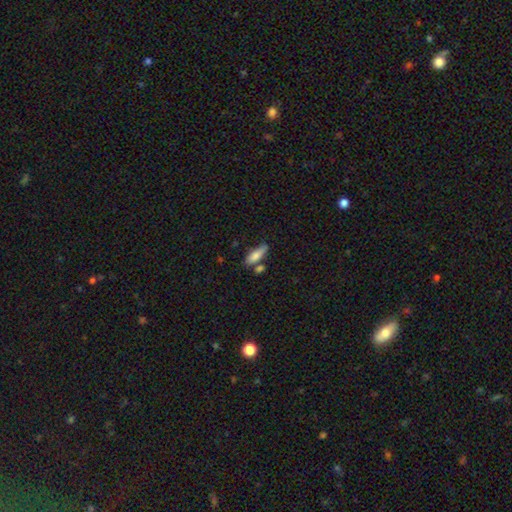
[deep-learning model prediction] Smooth or featured?
  - smooth: 77% *
  - featured or disk: 17%
  - star or artifact: 7%
How rounded?
  - in between: 50% *
  - cigar-shaped: 48%
  - round: 2%
Merging?
  - none: 61% *
  - minor disturbance: 18%
  - merger: 16%
  - major disturbance: 5%